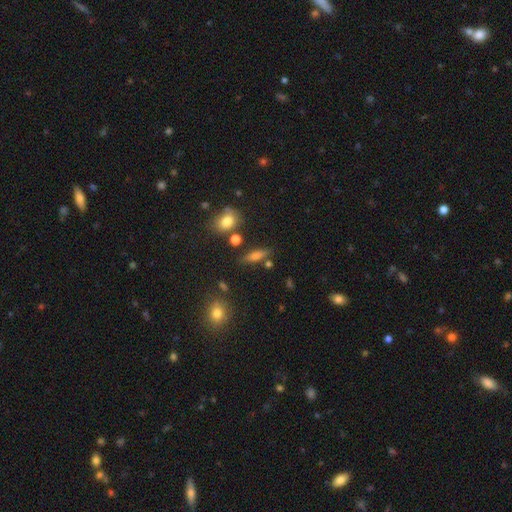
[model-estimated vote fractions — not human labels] Smooth or featured? Predicted: smooth (p=0.62). How rounded? Predicted: cigar-shaped (p=0.52). Merging? Predicted: none (p=0.75).